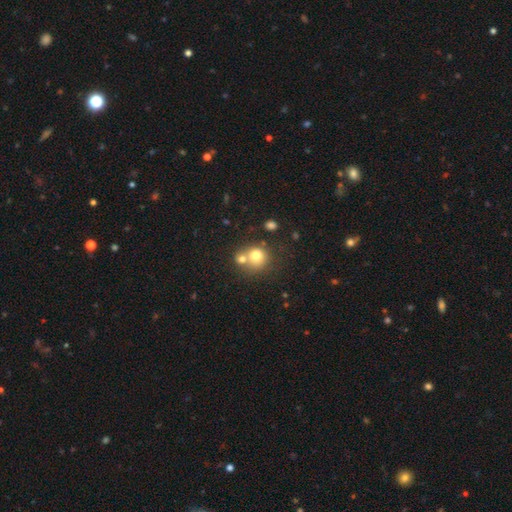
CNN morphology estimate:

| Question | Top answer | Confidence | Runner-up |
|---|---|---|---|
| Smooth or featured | smooth | 74% | featured or disk (13%) |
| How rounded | round | 84% | in between (15%) |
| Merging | none | 45% | merger (42%) |